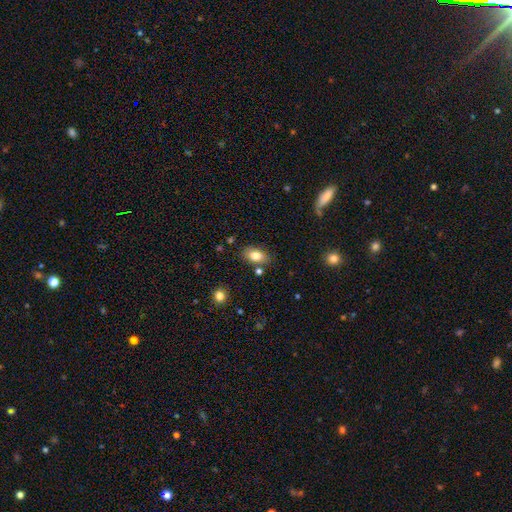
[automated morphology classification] Overall: smooth (80%). How rounded: in between (88%). Merging: none (78%).